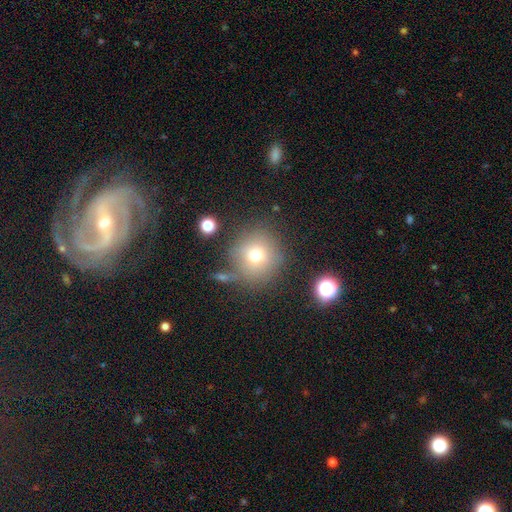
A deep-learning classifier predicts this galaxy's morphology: Smooth or featured? smooth (71%)
How rounded? round (93%)
Merging? none (75%)